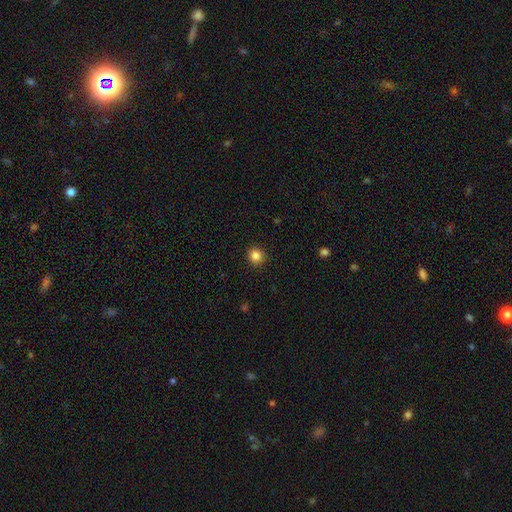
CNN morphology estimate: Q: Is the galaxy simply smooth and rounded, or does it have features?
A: smooth — 85%.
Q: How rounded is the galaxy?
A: round — 92%.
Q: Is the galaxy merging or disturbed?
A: none — 92%.